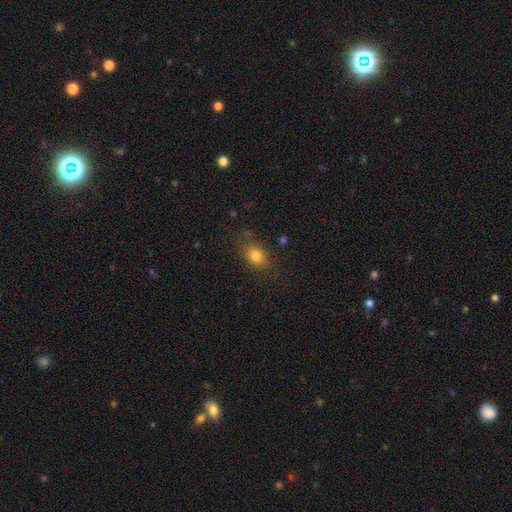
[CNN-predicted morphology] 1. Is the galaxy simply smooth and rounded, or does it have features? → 81% smooth, 11% star or artifact, 8% featured or disk.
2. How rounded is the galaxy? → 67% in between, 32% round, 2% cigar-shaped.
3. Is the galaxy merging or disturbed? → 77% none, 16% minor disturbance, 5% major disturbance, 2% merger.